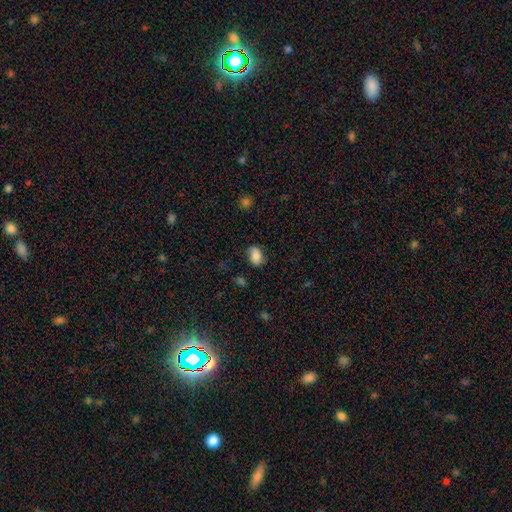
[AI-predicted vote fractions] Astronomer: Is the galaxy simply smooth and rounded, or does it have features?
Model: smooth — 82%.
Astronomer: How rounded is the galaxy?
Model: in between — 81%.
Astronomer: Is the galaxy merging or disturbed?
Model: none — 75%.